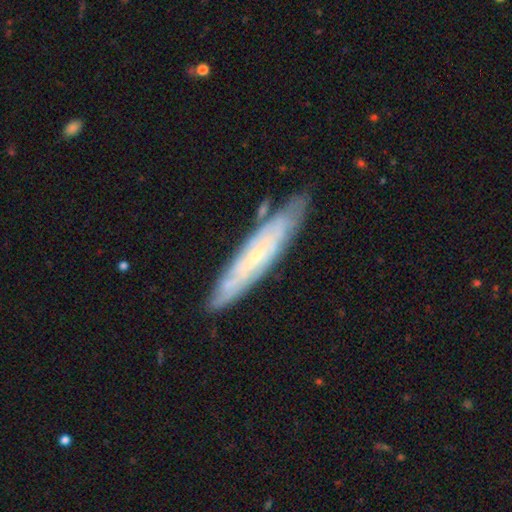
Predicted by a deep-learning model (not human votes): Smooth or featured: featured or disk — 69% (smooth — 24%)
Edge-on disk: yes — 51% (no — 49%)
Merging: none — 81% (minor disturbance — 14%)